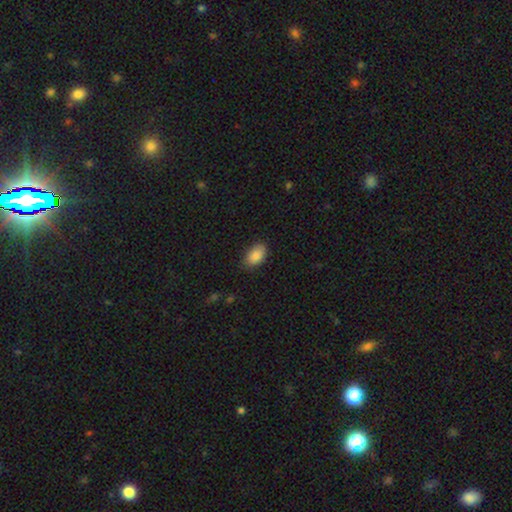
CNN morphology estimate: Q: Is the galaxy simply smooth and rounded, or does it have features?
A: smooth — 89%.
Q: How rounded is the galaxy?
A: in between — 92%.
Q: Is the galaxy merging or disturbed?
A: none — 82%.